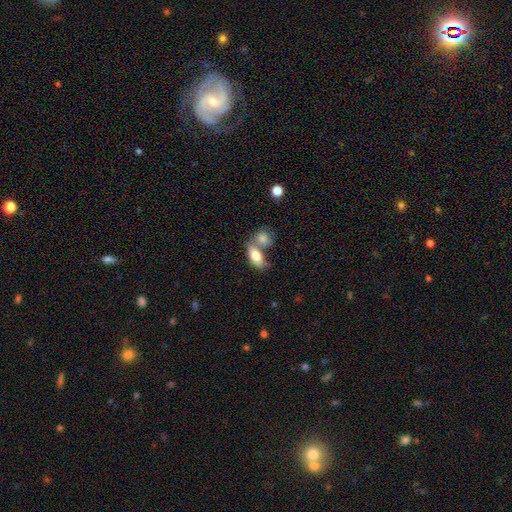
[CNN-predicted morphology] Smooth or featured?
  - smooth: 77% *
  - featured or disk: 16%
  - star or artifact: 7%
How rounded?
  - in between: 84% *
  - cigar-shaped: 10%
  - round: 6%
Merging?
  - merger: 44% *
  - none: 40%
  - minor disturbance: 11%
  - major disturbance: 5%